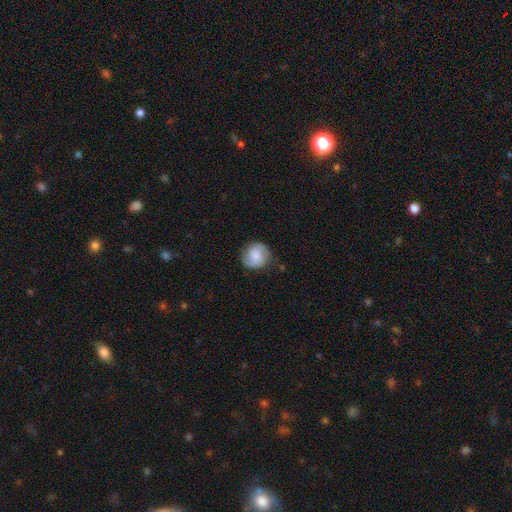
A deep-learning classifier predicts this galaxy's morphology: A smooth galaxy with no disk features (57%) that is round (85%).

Vote fractions:
- Smooth or featured? smooth: 57% / featured or disk: 35% / star or artifact: 8%
- How rounded? round: 85% / in between: 14% / cigar-shaped: 1%
- Merging? none: 77% / minor disturbance: 17% / major disturbance: 5% / merger: 1%